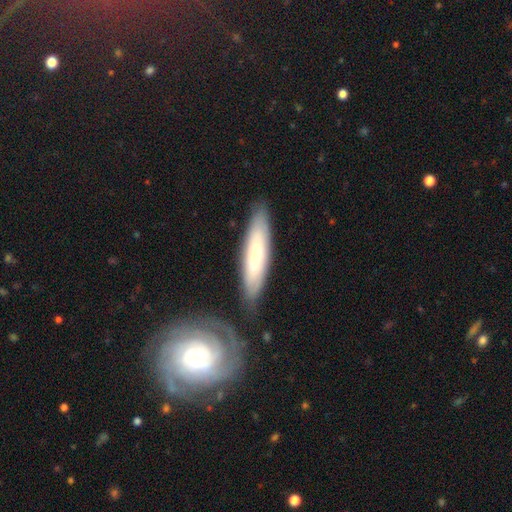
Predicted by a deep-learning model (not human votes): The model was most divided on "smooth or featured": smooth: 51%, featured or disk: 43%, star or artifact: 6%. More confident: merging — none (81%); how rounded — cigar-shaped (74%).